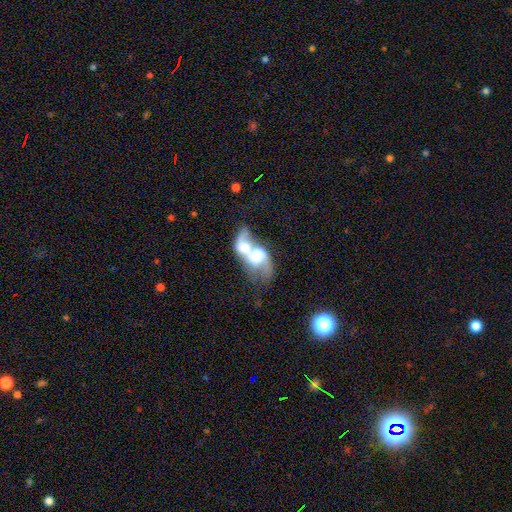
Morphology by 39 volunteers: Overall: featured or disk (54%; smooth 36%). Edge-on disk: no (90%). Bar: no (79%). Spiral arms: yes (74%). Spiral arm count: 2 (43%; can't tell 36%). Spiral winding: loose (57%; medium 43%). Bulge size: large (53%; moderate 21%). Merging: merger (83%).